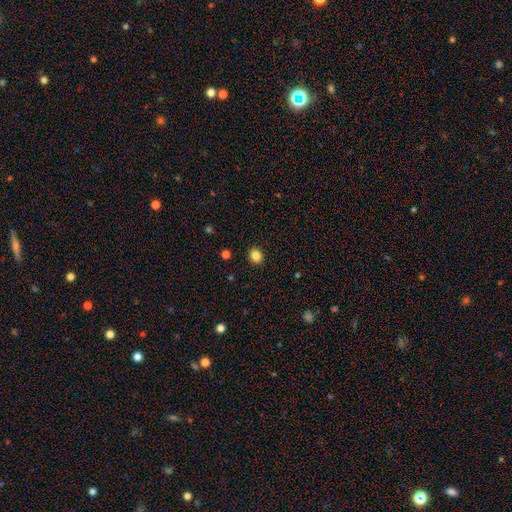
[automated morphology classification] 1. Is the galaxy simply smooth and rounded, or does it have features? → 84% smooth, 11% star or artifact, 5% featured or disk.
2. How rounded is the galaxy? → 63% round, 36% in between, 1% cigar-shaped.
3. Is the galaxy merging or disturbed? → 91% none, 7% minor disturbance, 2% major disturbance, 1% merger.